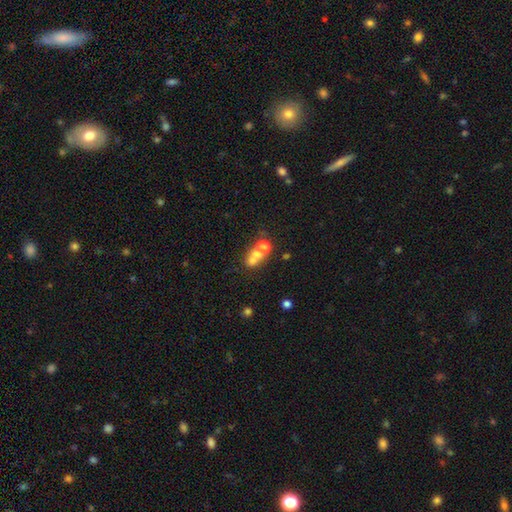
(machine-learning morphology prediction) Q: Smooth or featured?
A: smooth (56%); runner-up: featured or disk (26%)
Q: How rounded?
A: round (61%); runner-up: in between (37%)
Q: Merging?
A: merger (57%); runner-up: none (29%)